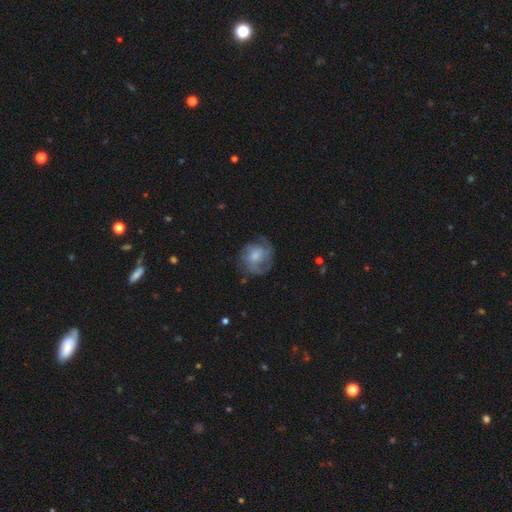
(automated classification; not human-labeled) featured or disk 59%, smooth 34%, star or artifact 7%. Down the decision tree: edge-on disk — no (98%); bar — no (64%); spiral arms — yes (79%); bulge size — moderate (41%); merging — none (58%).